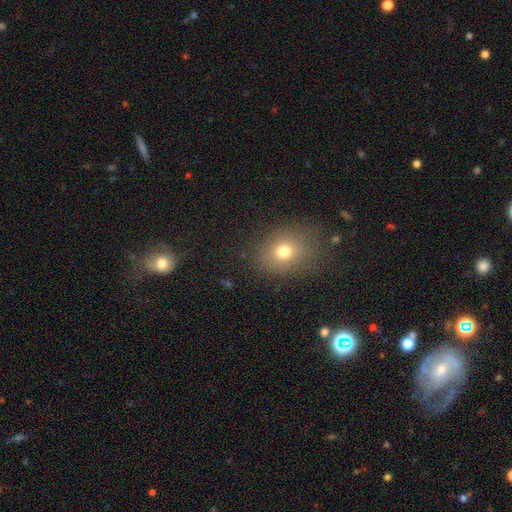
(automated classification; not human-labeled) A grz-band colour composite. It shows a smooth galaxy with no disk features (62%) that is round (55%). Merging: none (82%).